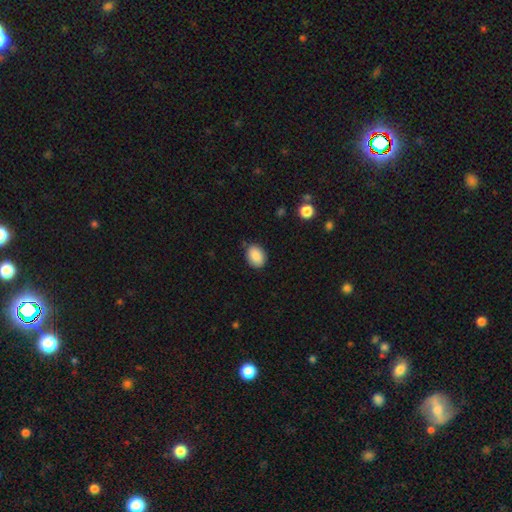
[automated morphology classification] This appears to be a smooth galaxy with no disk features (88%) that is in between round and cigar-shaped (72%). Merging: none (84%).